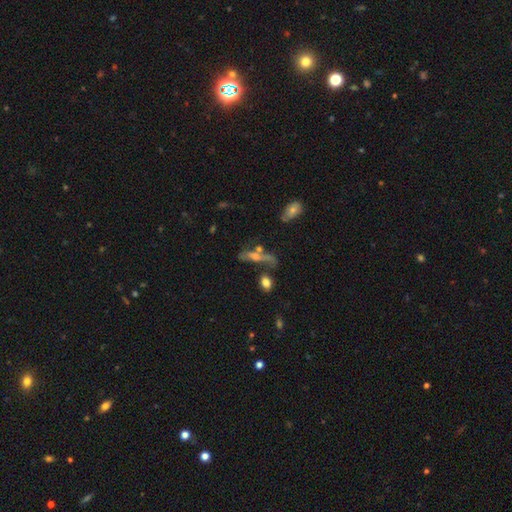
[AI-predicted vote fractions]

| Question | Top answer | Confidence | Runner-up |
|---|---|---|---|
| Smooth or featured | featured or disk | 43% | smooth (36%) |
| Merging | none | 39% | merger (26%) |